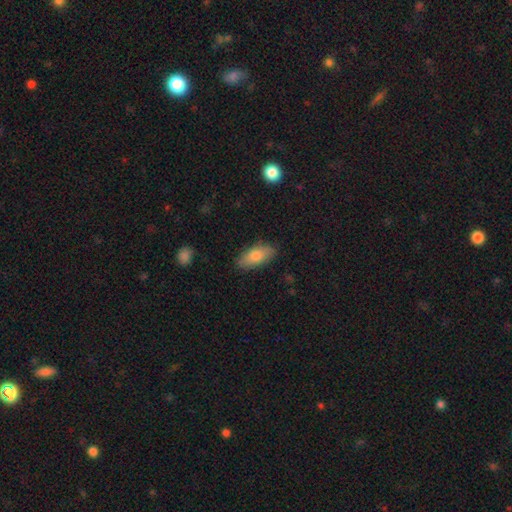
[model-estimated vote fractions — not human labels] Smooth or featured? Predicted: smooth (p=0.79). How rounded? Predicted: in between (p=0.85). Merging? Predicted: none (p=0.85).